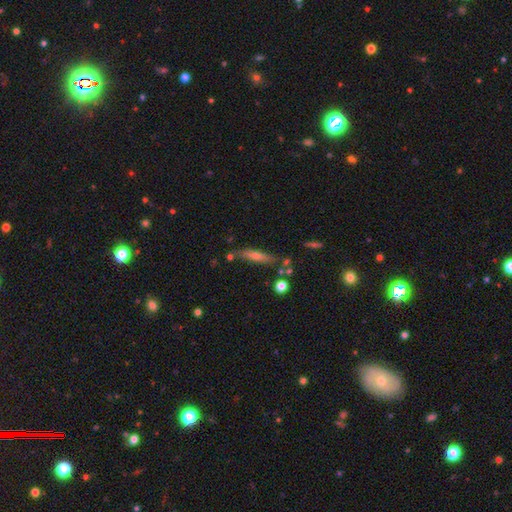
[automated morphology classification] type=smooth (47%); merging=none (74%).